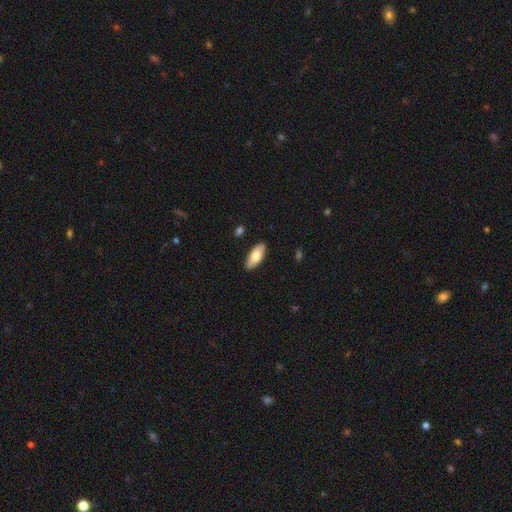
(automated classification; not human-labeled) smooth-or-featured: smooth: 77% | featured or disk: 17% | star or artifact: 6%
  how-rounded: in between: 83% | cigar-shaped: 15% | round: 2%
  merging: none: 88% | minor disturbance: 9% | major disturbance: 2% | merger: 1%